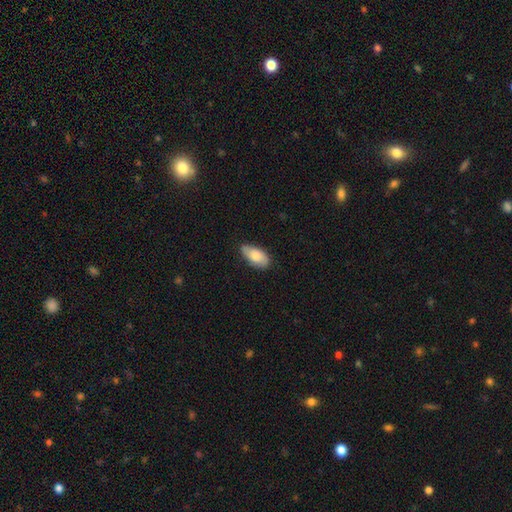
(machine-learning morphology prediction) type=smooth (77%); roundness=in between (92%); merging=none (74%).